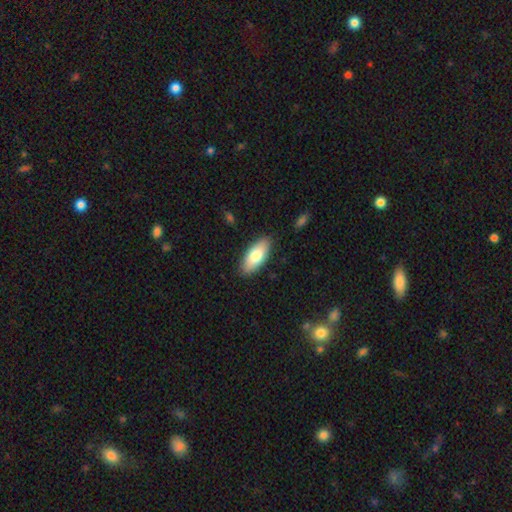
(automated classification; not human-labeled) Smooth or featured? smooth (78%)
How rounded? in between (83%)
Merging? none (87%)